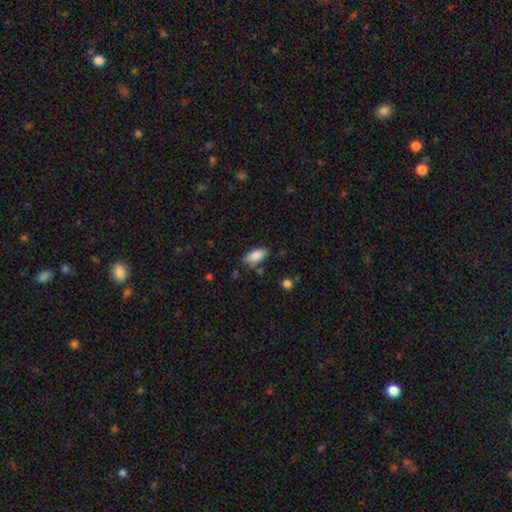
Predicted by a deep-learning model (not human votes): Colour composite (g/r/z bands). It shows a smooth galaxy with no disk features (86%) that is in between round and cigar-shaped (89%). Merging: none (76%).